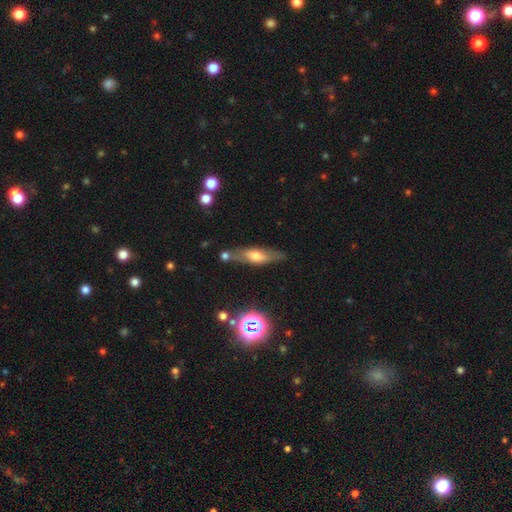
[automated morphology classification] The model was most divided on "smooth or featured": smooth: 46%, featured or disk: 44%, star or artifact: 10%. More confident: merging — none (69%).